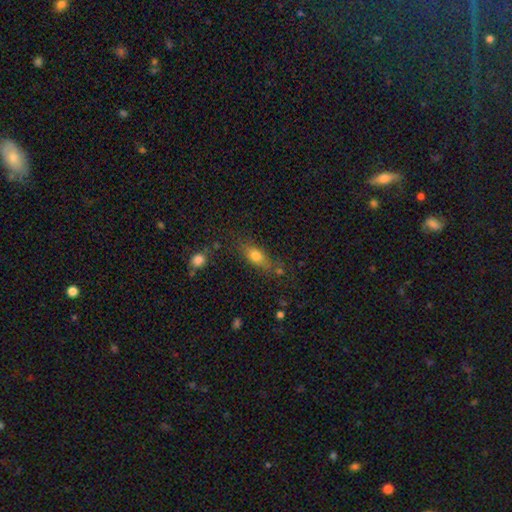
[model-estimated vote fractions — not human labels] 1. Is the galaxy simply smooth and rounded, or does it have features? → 75% smooth, 14% featured or disk, 10% star or artifact.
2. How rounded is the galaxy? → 71% in between, 18% cigar-shaped, 10% round.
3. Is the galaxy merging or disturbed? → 65% none, 20% minor disturbance, 8% major disturbance, 7% merger.